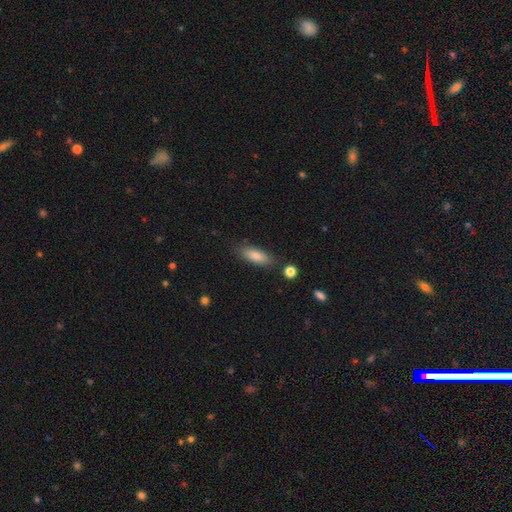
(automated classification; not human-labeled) The model was most divided on "how rounded": in between: 68%, cigar-shaped: 30%, round: 2%. More confident: smooth or featured — smooth (84%); merging — none (81%).